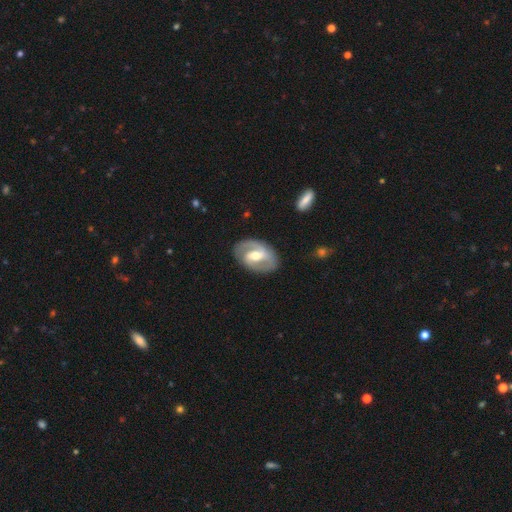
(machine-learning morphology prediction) smooth-or-featured: featured or disk: 82% | smooth: 14% | star or artifact: 4%
  disk-edge-on: no: 96% | yes: 4%
    bar: weak: 47% | strong: 34% | no: 19%
    has-spiral-arms: yes: 88% | no: 12%
      spiral-winding: medium: 49% | tight: 31% | loose: 20%
      spiral-arm-count: 2: 86% | can't tell: 6% | 1: 4% | 3: 2% | 4: 1% | more than 4: 1%
    bulge-size: moderate: 70% | small: 21% | large: 7% | none: 1% | dominant: 1%
  merging: none: 81% | minor disturbance: 13% | major disturbance: 5% | merger: 1%